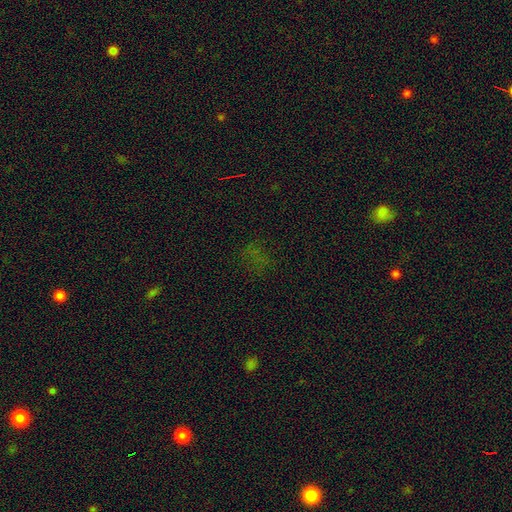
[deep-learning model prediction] Morphology: type=star or artifact (54%).